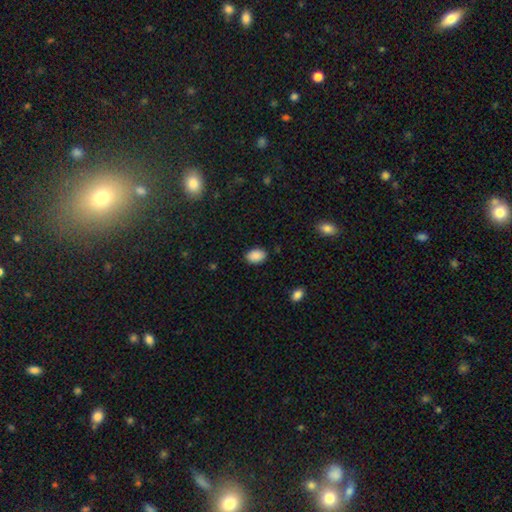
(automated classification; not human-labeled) This is clearly a smooth galaxy (89%). How rounded: clearly in between (85%). Merging: clearly none (86%).